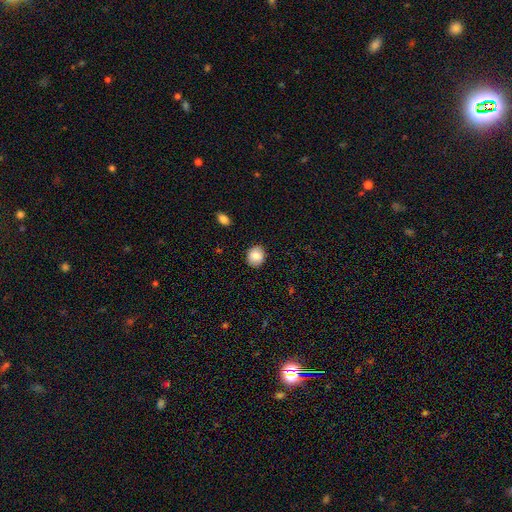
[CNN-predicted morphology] Smooth or featured? smooth (86%)
How rounded? round (68%)
Merging? none (88%)